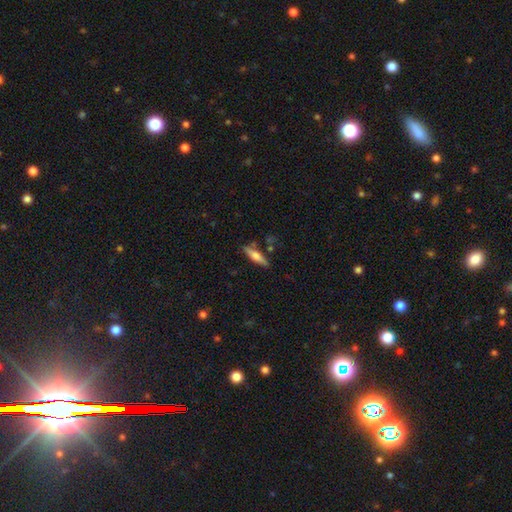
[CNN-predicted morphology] Smooth or featured?
  - smooth: 51% *
  - featured or disk: 43%
  - star or artifact: 6%
How rounded?
  - cigar-shaped: 76% *
  - in between: 22%
  - round: 2%
Merging?
  - none: 80% *
  - minor disturbance: 12%
  - merger: 5%
  - major disturbance: 3%